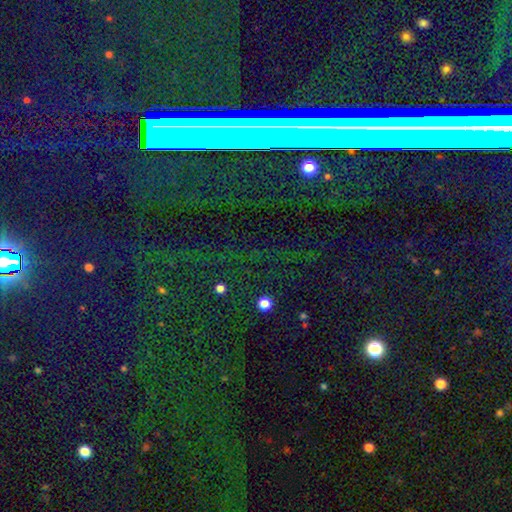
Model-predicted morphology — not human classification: Smooth or featured? star or artifact (79%)